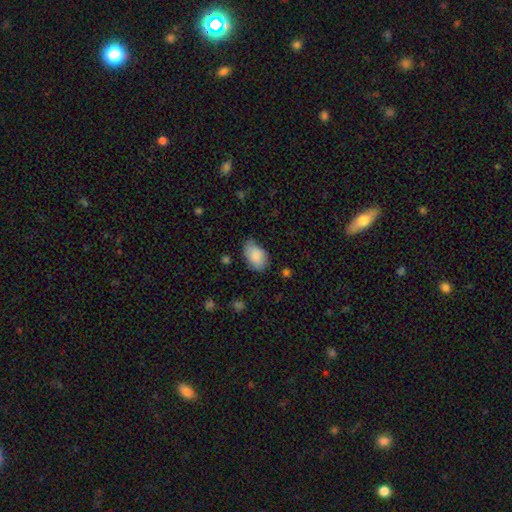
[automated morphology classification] Overall: smooth (86%). How rounded: in between (91%). Merging: none (66%; minor disturbance 27%).